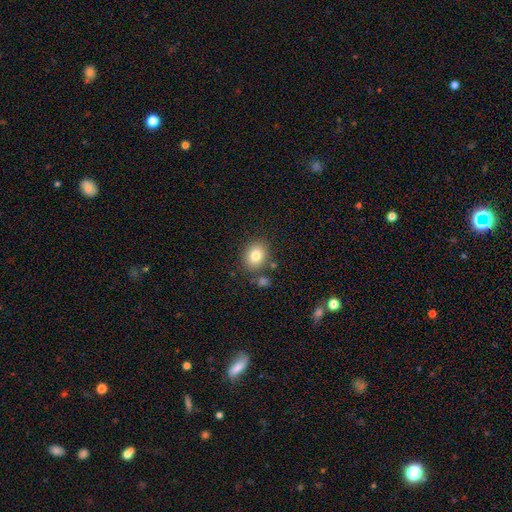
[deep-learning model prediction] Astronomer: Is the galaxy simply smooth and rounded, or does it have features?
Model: smooth — 82%.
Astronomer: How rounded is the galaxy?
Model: in between — 51% (runner-up: round, 48%).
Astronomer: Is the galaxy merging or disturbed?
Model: none — 79%.